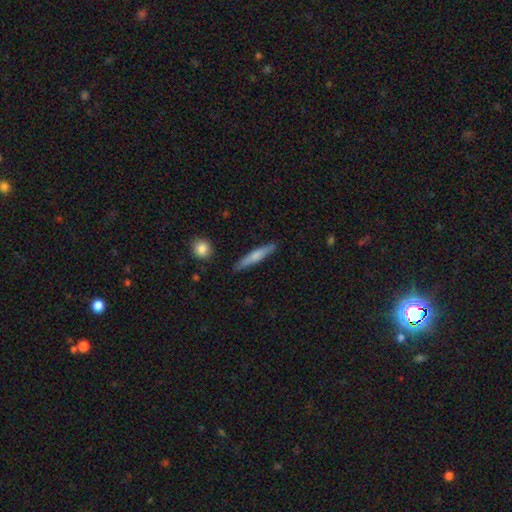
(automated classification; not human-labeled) This appears to be a smooth galaxy with no disk features (63%) that is cigar-shaped (92%). Merging: none (87%).